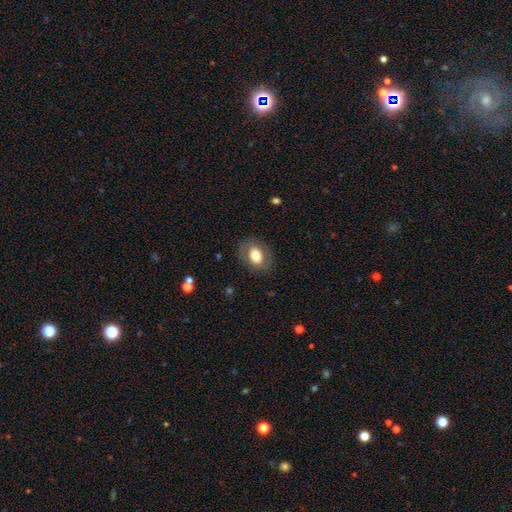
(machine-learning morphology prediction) smooth-or-featured: smooth: 71% | featured or disk: 21% | star or artifact: 8%
  how-rounded: in between: 67% | round: 32% | cigar-shaped: 1%
  merging: none: 81% | minor disturbance: 12% | major disturbance: 6% | merger: 1%